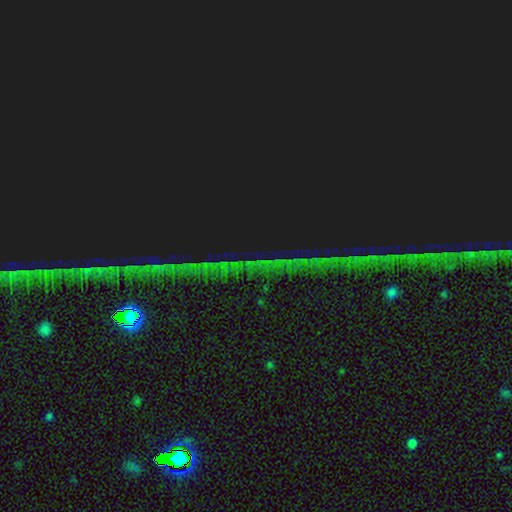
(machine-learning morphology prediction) star or artifact 85%, featured or disk 8%, smooth 7%.